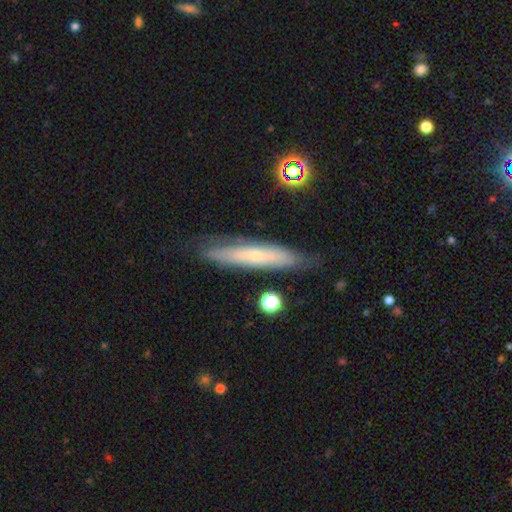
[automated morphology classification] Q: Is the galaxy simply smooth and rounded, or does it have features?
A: smooth — 46%.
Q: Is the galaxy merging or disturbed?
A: none — 79%.